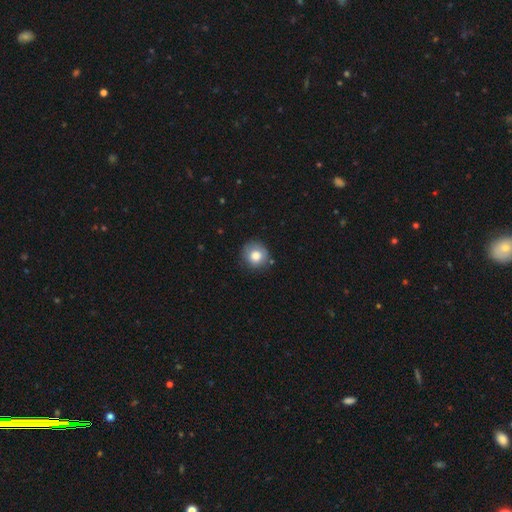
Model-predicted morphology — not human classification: Smooth or featured: smooth — 80% (featured or disk — 11%)
How rounded: round — 89% (in between — 10%)
Merging: none — 77% (minor disturbance — 17%)